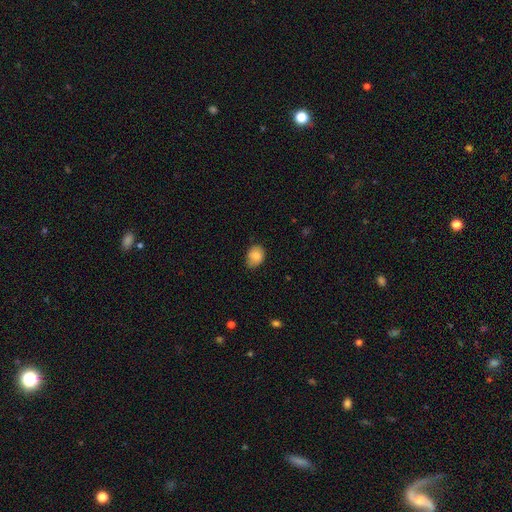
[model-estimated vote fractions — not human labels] A smooth galaxy with no disk features (84%) that is in between round and cigar-shaped (59%). Merging: none (63%).